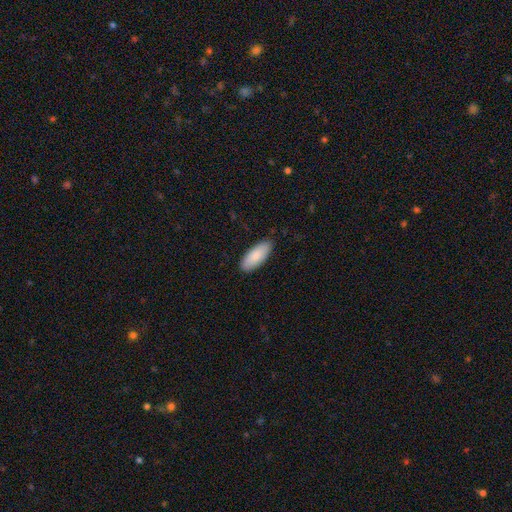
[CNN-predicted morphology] This appears to be a smooth galaxy with no disk features (87%) that is in between round and cigar-shaped (82%). Merging: none (86%).